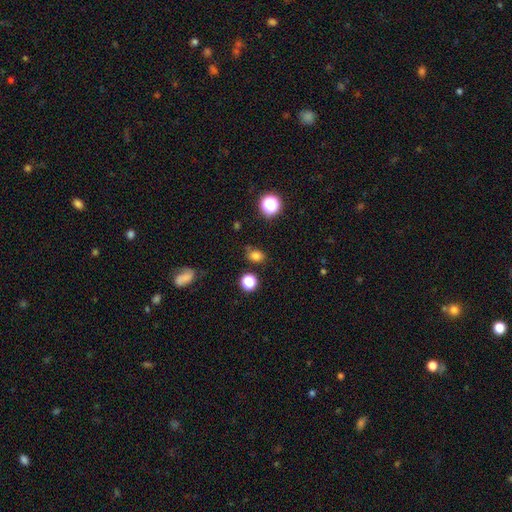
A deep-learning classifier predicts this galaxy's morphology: type=smooth (77%); roundness=in between (50%); merging=none (72%).